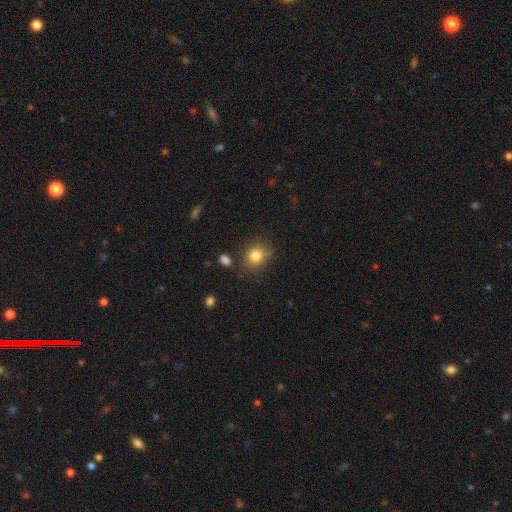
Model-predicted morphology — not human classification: smooth-or-featured: smooth: 83% | star or artifact: 11% | featured or disk: 7%
  how-rounded: round: 73% | in between: 26% | cigar-shaped: 1%
  merging: none: 81% | minor disturbance: 12% | merger: 4% | major disturbance: 3%